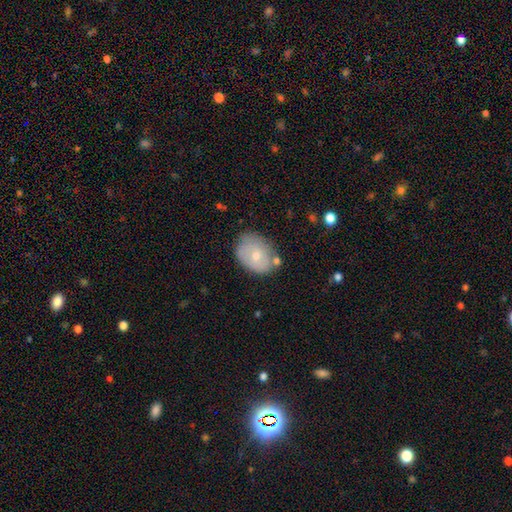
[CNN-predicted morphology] A smooth galaxy with no disk features (65%) that is in between round and cigar-shaped (73%).

Vote fractions:
- Smooth or featured? smooth: 65% / featured or disk: 28% / star or artifact: 7%
- How rounded? in between: 73% / round: 26% / cigar-shaped: 1%
- Merging? none: 63% / minor disturbance: 24% / merger: 7% / major disturbance: 6%